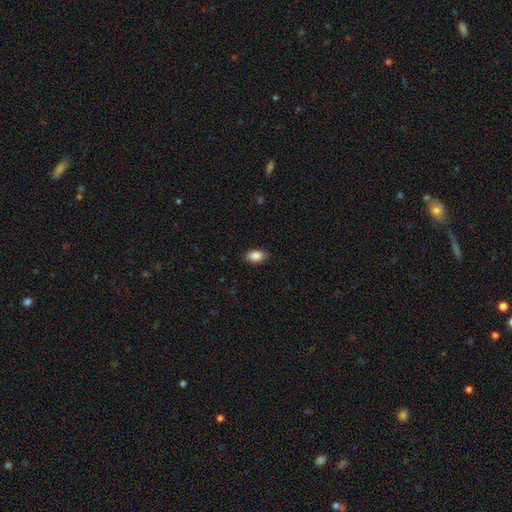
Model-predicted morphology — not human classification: Smooth or featured?
  - smooth: 88% *
  - star or artifact: 7%
  - featured or disk: 4%
How rounded?
  - in between: 89% *
  - round: 10%
  - cigar-shaped: 1%
Merging?
  - none: 89% *
  - minor disturbance: 8%
  - major disturbance: 2%
  - merger: 1%